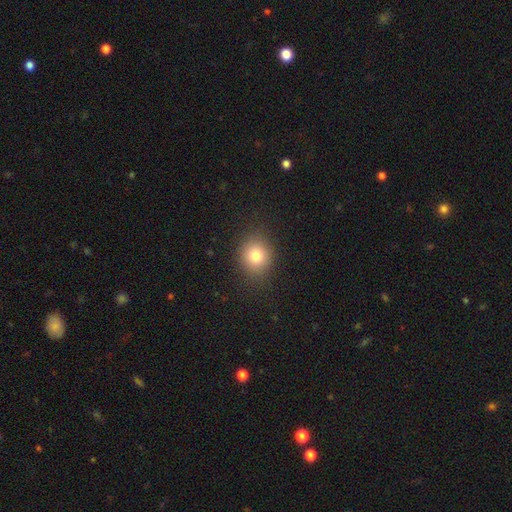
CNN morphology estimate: smooth_or_featured: smooth (p=0.79) [alt: star or artifact p=0.12]
how_rounded: round (p=0.77) [alt: in between p=0.22]
merging: none (p=0.87) [alt: minor disturbance p=0.08]